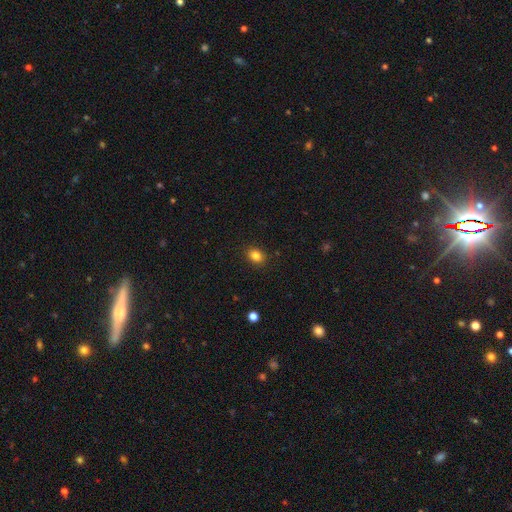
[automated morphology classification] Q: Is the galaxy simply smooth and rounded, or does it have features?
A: smooth — 84%.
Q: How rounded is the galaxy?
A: in between — 65%.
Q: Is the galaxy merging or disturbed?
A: none — 89%.